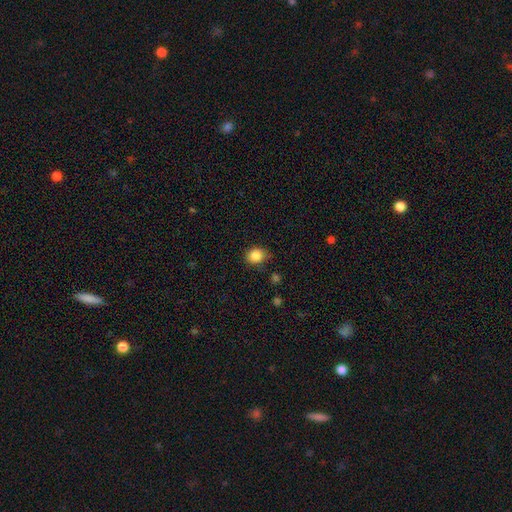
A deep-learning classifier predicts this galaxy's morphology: smooth_or_featured: smooth (p=0.86) [alt: star or artifact p=0.10]
how_rounded: round (p=0.71) [alt: in between p=0.28]
merging: none (p=0.80) [alt: minor disturbance p=0.15]